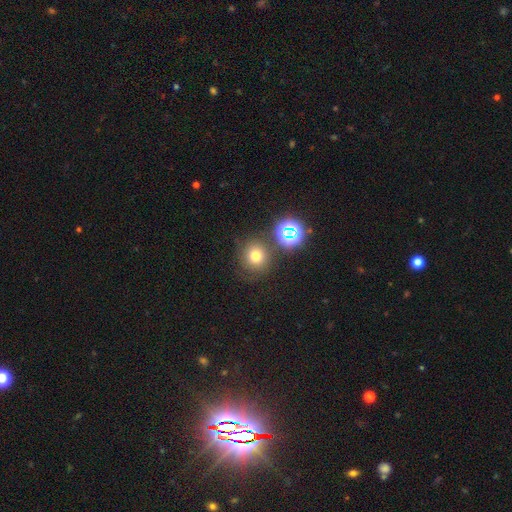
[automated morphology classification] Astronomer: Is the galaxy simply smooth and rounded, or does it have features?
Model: smooth — 69%.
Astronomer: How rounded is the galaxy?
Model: round — 89%.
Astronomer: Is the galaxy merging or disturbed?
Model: none — 77%.